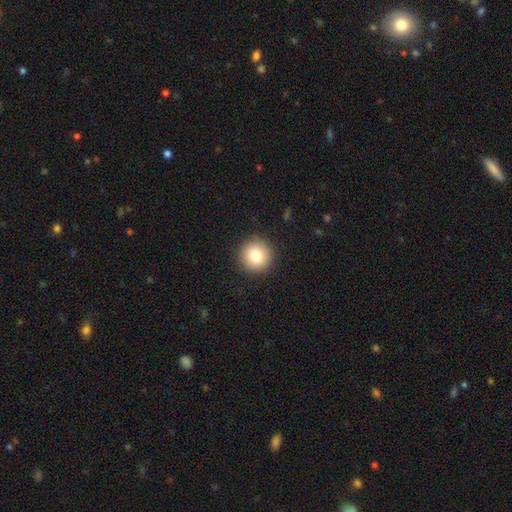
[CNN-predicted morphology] smooth-or-featured: smooth: 81% | star or artifact: 10% | featured or disk: 9%
  how-rounded: round: 95% | in between: 4% | cigar-shaped: 1%
  merging: none: 91% | minor disturbance: 6% | major disturbance: 2% | merger: 1%